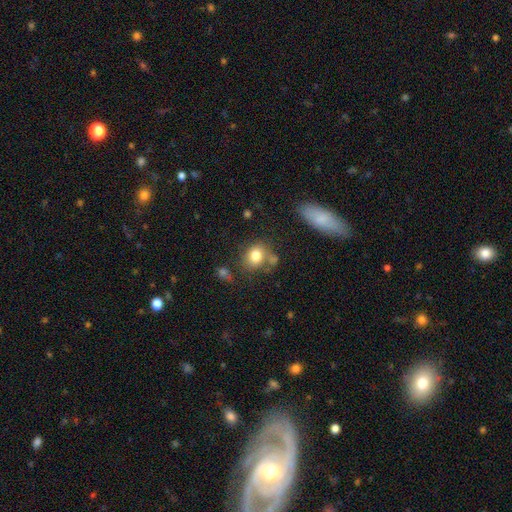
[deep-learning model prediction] smooth 79%, featured or disk 11%, star or artifact 10%. Down the decision tree: how rounded — round (54%); merging — none (61%).